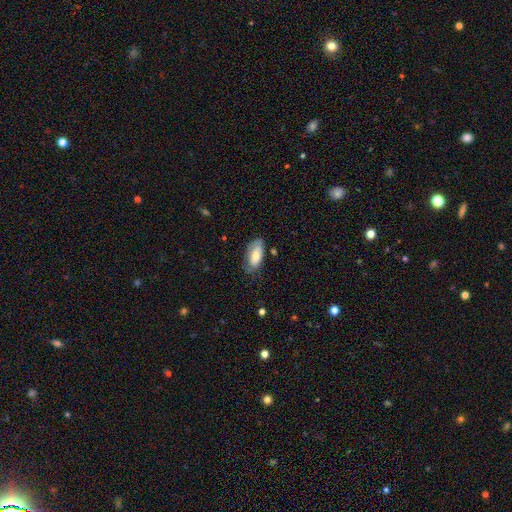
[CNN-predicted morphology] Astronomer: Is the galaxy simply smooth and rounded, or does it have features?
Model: smooth — 70%.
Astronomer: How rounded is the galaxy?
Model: in between — 89%.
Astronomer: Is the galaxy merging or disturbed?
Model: none — 62%.